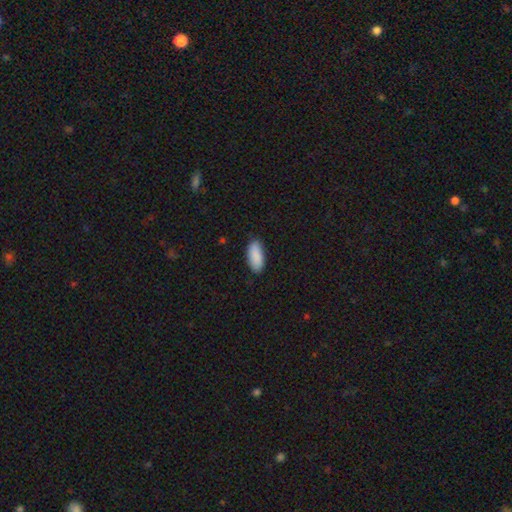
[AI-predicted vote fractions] Overall: smooth (90%). How rounded: in between (88%). Merging: none (85%).